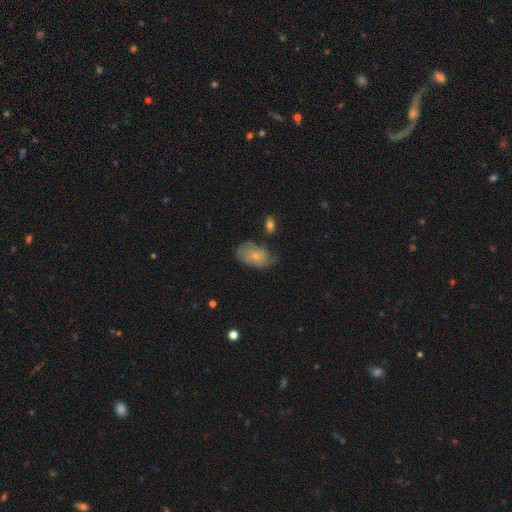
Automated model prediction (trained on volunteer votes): Overall: smooth (58%; featured or disk 35%). How rounded: in between (85%). Merging: none (42%; minor disturbance 37%).